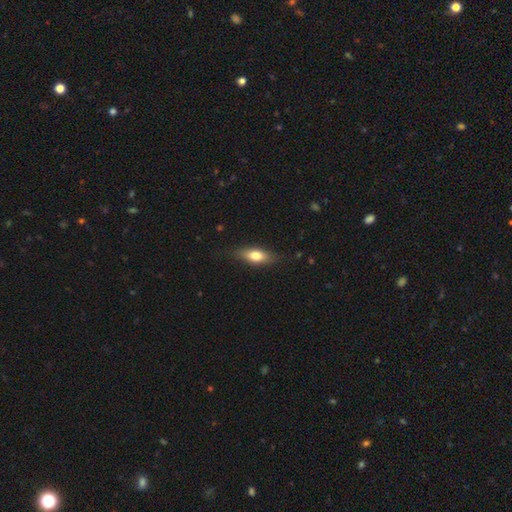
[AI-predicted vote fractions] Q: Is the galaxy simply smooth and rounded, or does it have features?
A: smooth — 67%.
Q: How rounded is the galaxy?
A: in between — 66%.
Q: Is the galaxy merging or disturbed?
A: none — 80%.